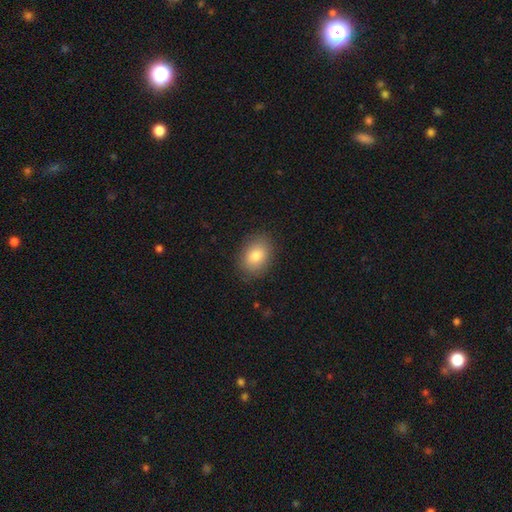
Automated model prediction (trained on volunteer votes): smooth_or_featured: smooth (p=0.81) [alt: featured or disk p=0.10]
how_rounded: in between (p=0.73) [alt: round p=0.26]
merging: none (p=0.86) [alt: minor disturbance p=0.10]